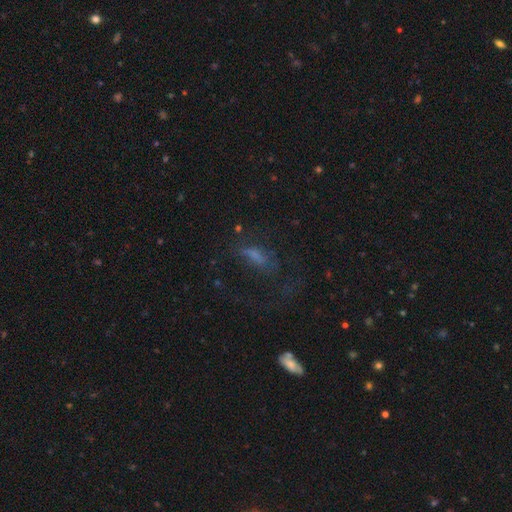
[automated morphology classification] This is possibly a smooth galaxy (50%). Merging: marginally none (40%).